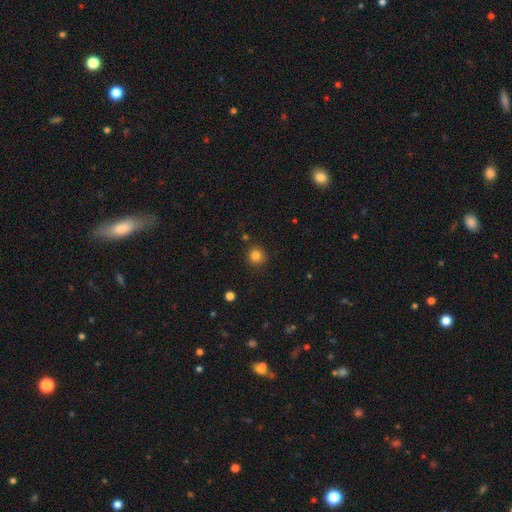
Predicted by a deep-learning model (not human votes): The model was most divided on "smooth or featured": smooth: 82%, star or artifact: 13%, featured or disk: 5%. More confident: how rounded — round (94%); merging — none (90%).